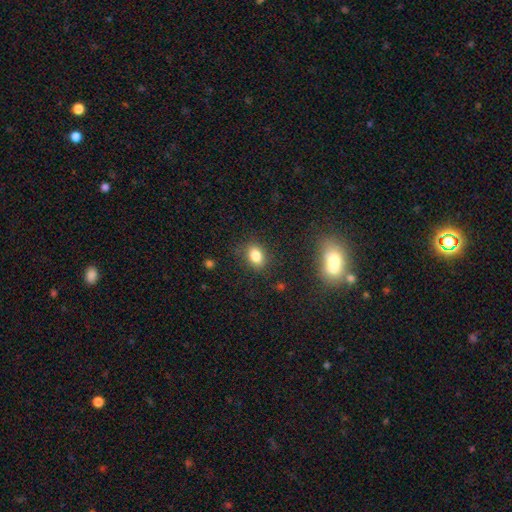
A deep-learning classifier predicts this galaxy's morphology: Overall: smooth (83%). How rounded: in between (72%). Merging: none (83%).